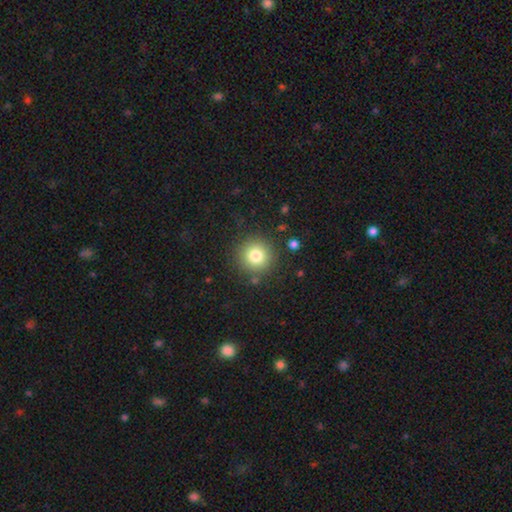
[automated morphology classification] This is likely a smooth galaxy (80%). How rounded: clearly round (95%). Merging: clearly none (88%).